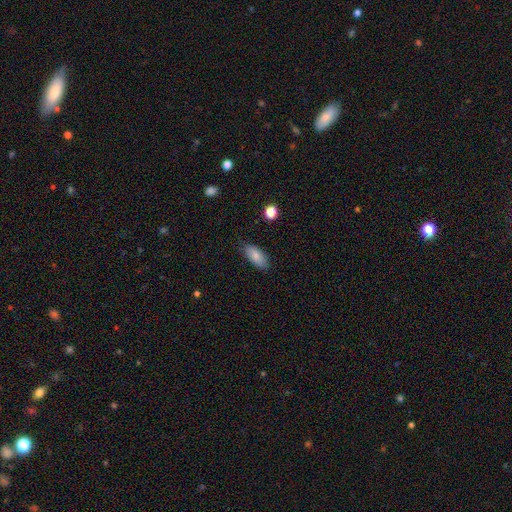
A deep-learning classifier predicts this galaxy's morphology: Smooth or featured? smooth (84%)
How rounded? in between (86%)
Merging? none (80%)